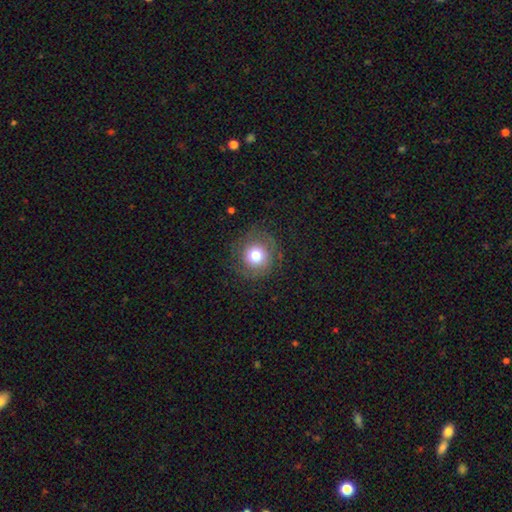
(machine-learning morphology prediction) type=smooth (62%); roundness=round (93%); merging=none (81%).